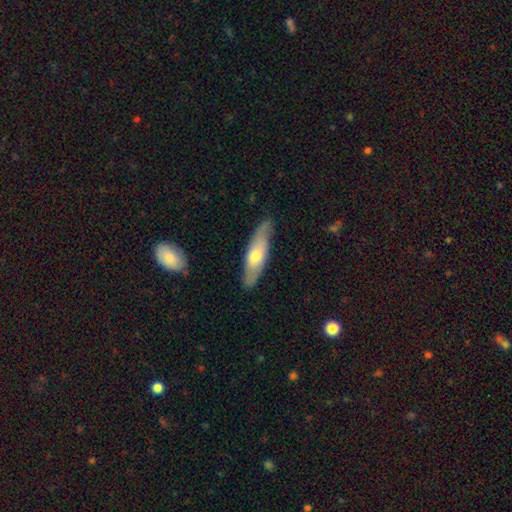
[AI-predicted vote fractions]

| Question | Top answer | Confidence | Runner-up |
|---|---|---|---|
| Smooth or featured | smooth | 51% | featured or disk (43%) |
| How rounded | cigar-shaped | 61% | in between (38%) |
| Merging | none | 81% | minor disturbance (15%) |